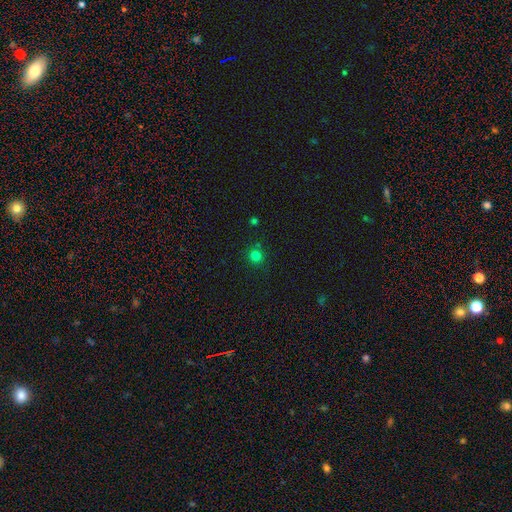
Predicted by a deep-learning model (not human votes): Smooth or featured: smooth — 78% (star or artifact — 18%)
How rounded: round — 93% (in between — 6%)
Merging: none — 83% (minor disturbance — 9%)